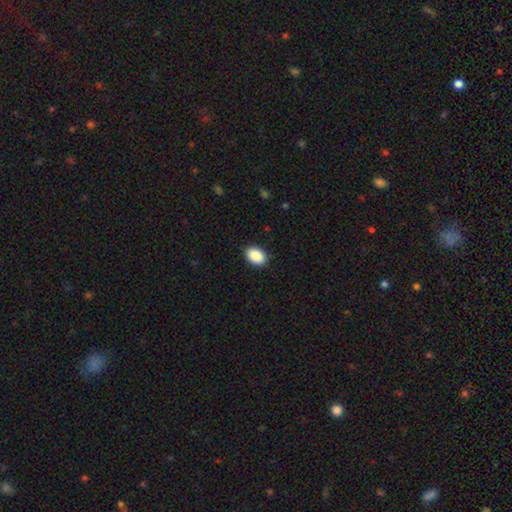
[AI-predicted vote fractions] Q: Smooth or featured?
A: smooth (90%); runner-up: star or artifact (7%)
Q: How rounded?
A: in between (85%); runner-up: round (14%)
Q: Merging?
A: none (89%); runner-up: minor disturbance (8%)